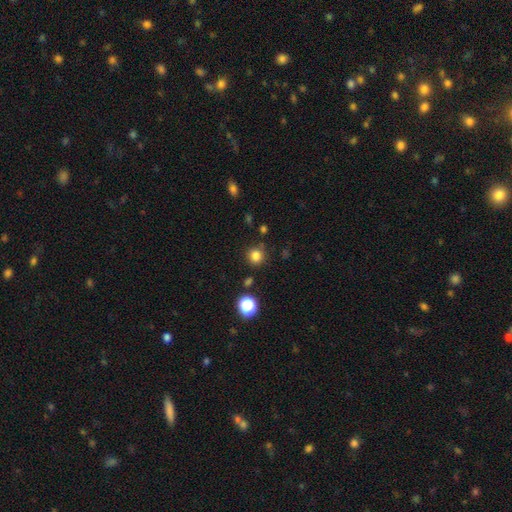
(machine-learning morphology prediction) smooth_or_featured: smooth (p=0.82) [alt: star or artifact p=0.14]
how_rounded: round (p=0.92) [alt: in between p=0.07]
merging: none (p=0.85) [alt: minor disturbance p=0.09]